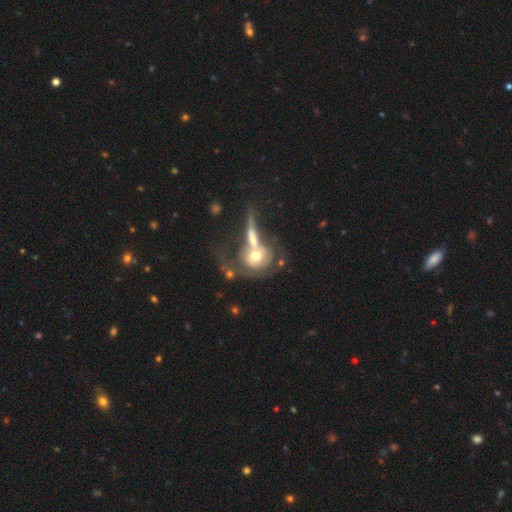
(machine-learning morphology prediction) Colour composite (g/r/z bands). It shows a featured or disk galaxy (50%). Merging: merger (53%).